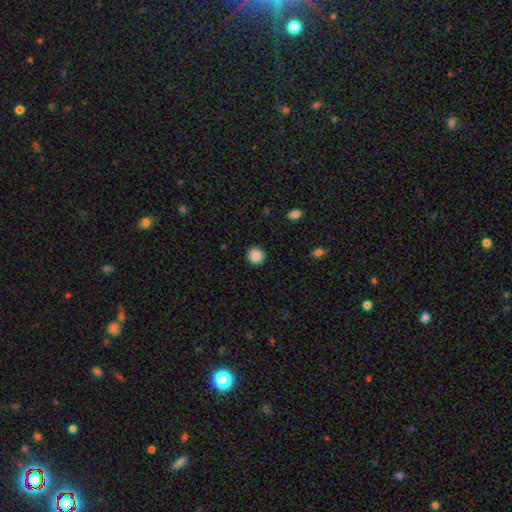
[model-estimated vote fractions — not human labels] smooth_or_featured: smooth (p=0.88) [alt: star or artifact p=0.09]
how_rounded: round (p=0.94) [alt: in between p=0.05]
merging: none (p=0.92) [alt: minor disturbance p=0.05]